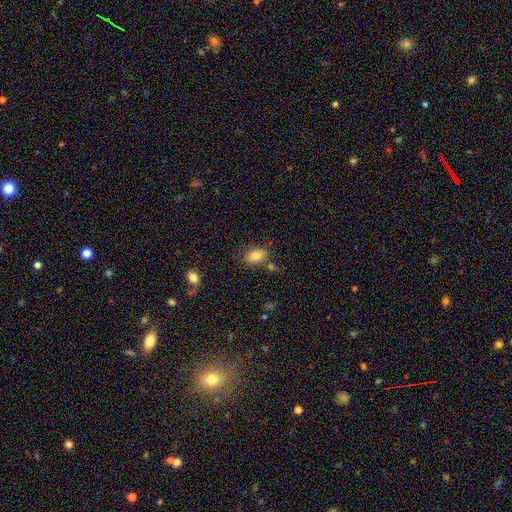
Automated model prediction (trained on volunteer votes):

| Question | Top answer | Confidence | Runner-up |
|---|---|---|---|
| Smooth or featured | smooth | 81% | featured or disk (10%) |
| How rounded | in between | 81% | round (17%) |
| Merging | none | 68% | minor disturbance (16%) |